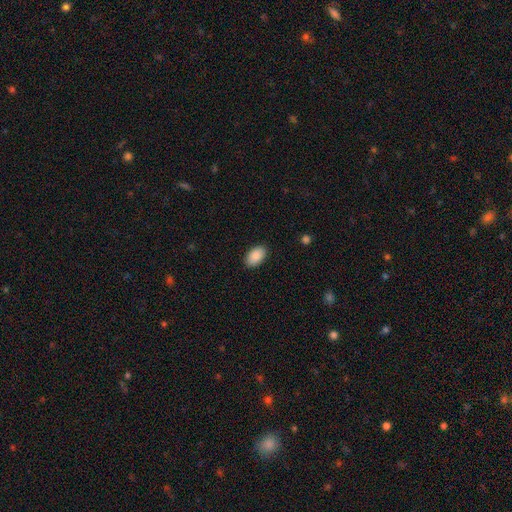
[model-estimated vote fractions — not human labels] Smooth or featured? smooth (88%)
How rounded? in between (93%)
Merging? none (89%)